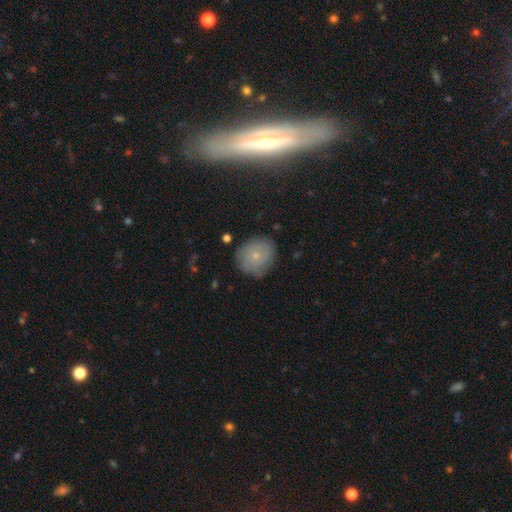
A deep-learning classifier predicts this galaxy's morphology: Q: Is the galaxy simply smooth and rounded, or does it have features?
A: smooth — 58%.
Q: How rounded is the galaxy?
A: round — 80%.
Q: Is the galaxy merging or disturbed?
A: none — 78%.